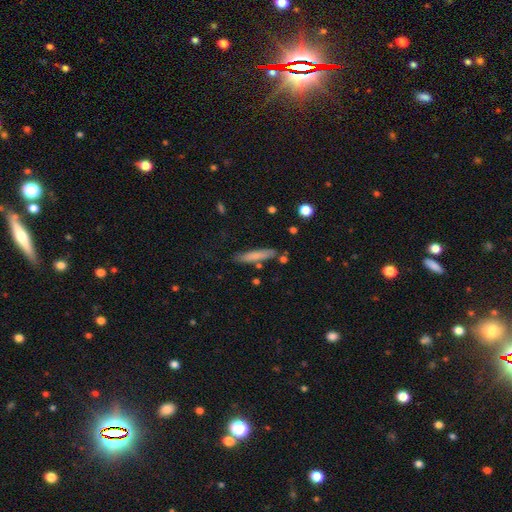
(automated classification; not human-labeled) Smooth or featured?
  - smooth: 74% *
  - featured or disk: 19%
  - star or artifact: 7%
How rounded?
  - cigar-shaped: 89% *
  - in between: 10%
  - round: 1%
Merging?
  - none: 79% *
  - minor disturbance: 14%
  - merger: 4%
  - major disturbance: 3%